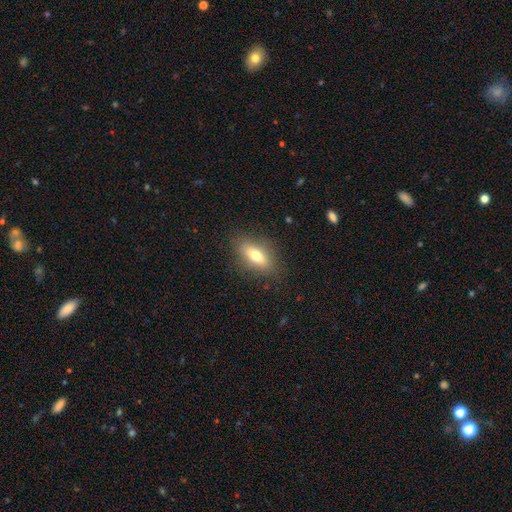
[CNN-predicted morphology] Overall: smooth (72%). How rounded: in between (77%). Merging: none (84%).